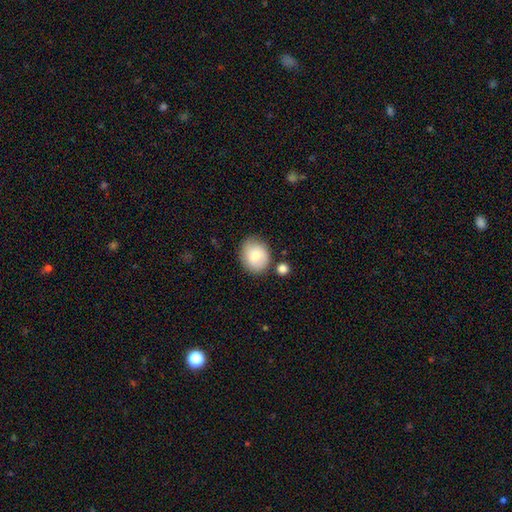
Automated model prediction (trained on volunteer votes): Morphology: type=smooth (79%); roundness=round (57%); merging=none (74%).